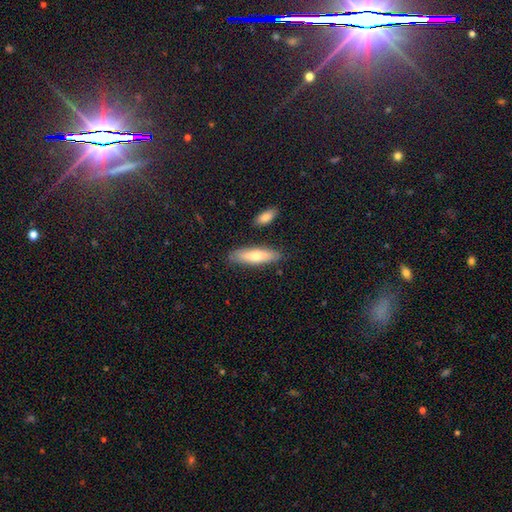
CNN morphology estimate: Smooth or featured? smooth (67%)
How rounded? cigar-shaped (66%)
Merging? none (85%)